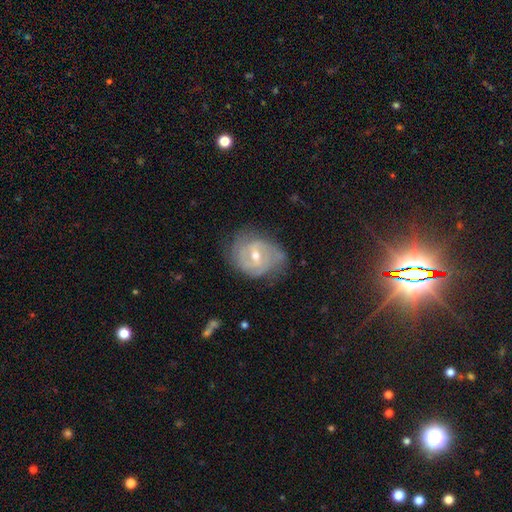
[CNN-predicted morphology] Smooth or featured? Predicted: featured or disk (p=0.81). Edge-on disk? Predicted: no (p=0.97). Bar? Predicted: weak (p=0.55). Spiral arms? Predicted: yes (p=0.92). Spiral winding? Predicted: tight (p=0.56). Spiral arm count? Predicted: 2 (p=0.49). Bulge size? Predicted: moderate (p=0.63). Merging? Predicted: none (p=0.68).